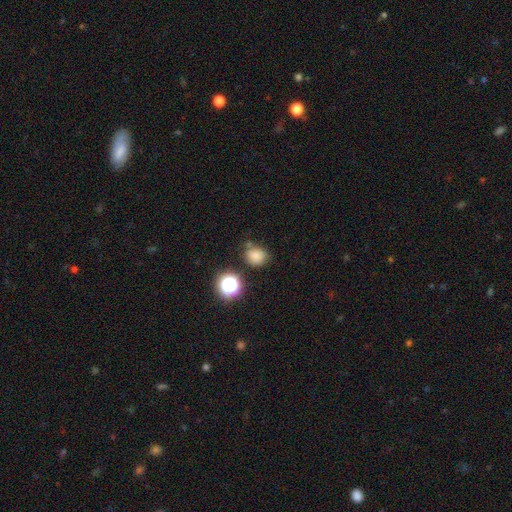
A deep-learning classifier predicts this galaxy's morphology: Smooth or featured?
  - smooth: 78% *
  - star or artifact: 16%
  - featured or disk: 7%
How rounded?
  - round: 66% *
  - in between: 33%
  - cigar-shaped: 1%
Merging?
  - none: 71% *
  - minor disturbance: 17%
  - merger: 8%
  - major disturbance: 4%